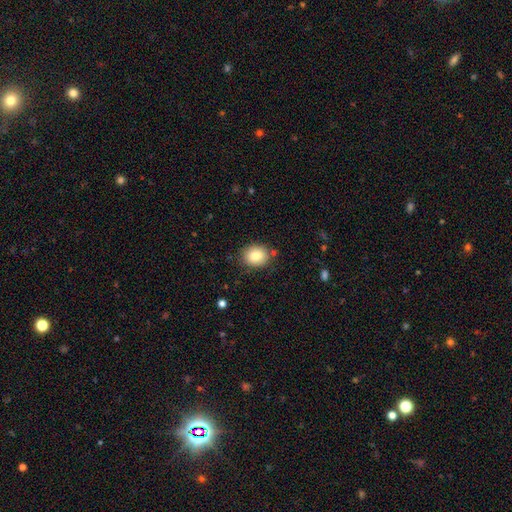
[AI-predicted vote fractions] Overall: smooth (83%). How rounded: round (61%; in between 39%). Merging: none (84%).